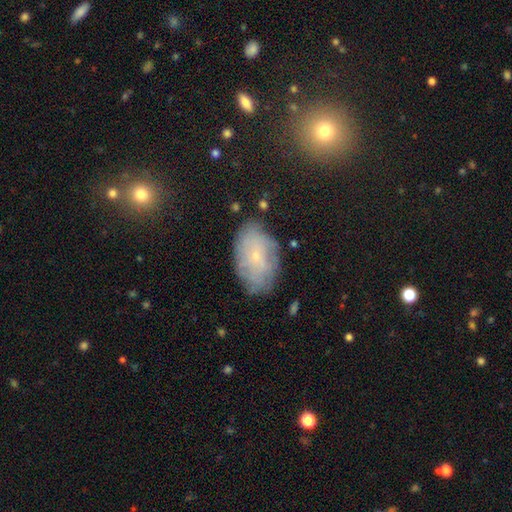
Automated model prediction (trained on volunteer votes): Smooth or featured: featured or disk — 44% (smooth — 43%)
Merging: none — 73% (minor disturbance — 19%)